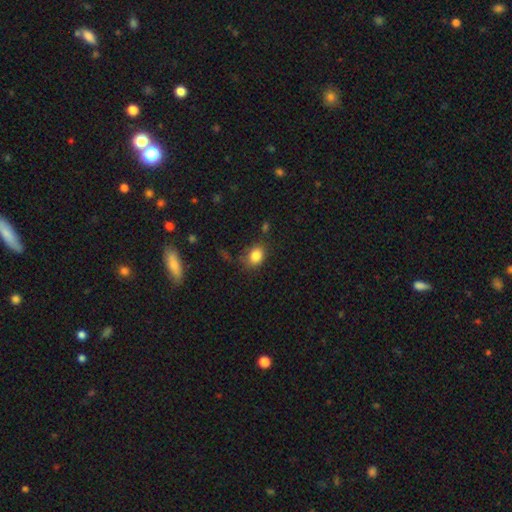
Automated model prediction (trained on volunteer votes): The model was most divided on "how rounded": in between: 55%, round: 44%, cigar-shaped: 1%. More confident: smooth or featured — smooth (84%); merging — none (68%).